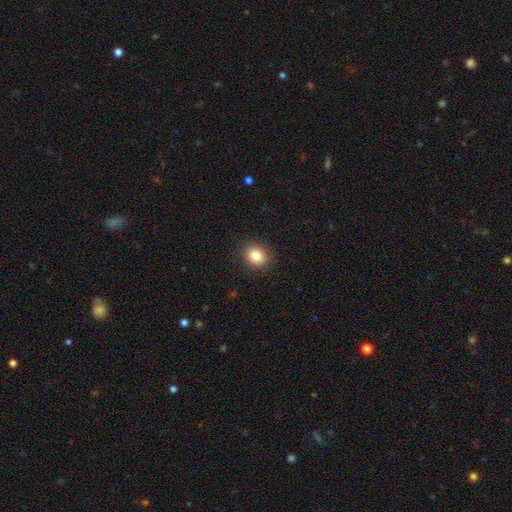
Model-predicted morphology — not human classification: smooth_or_featured: smooth (p=0.86) [alt: star or artifact p=0.09]
how_rounded: round (p=0.57) [alt: in between p=0.42]
merging: none (p=0.88) [alt: minor disturbance p=0.08]